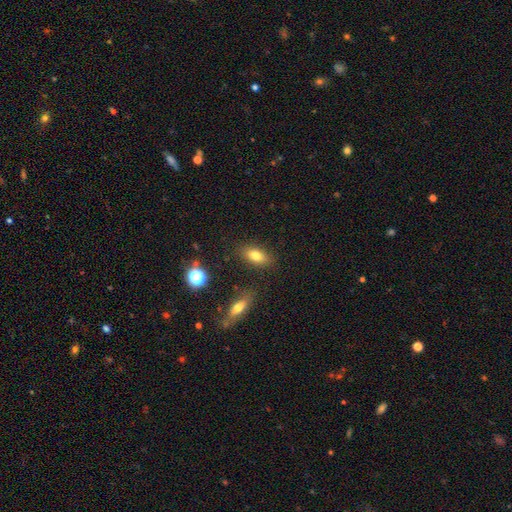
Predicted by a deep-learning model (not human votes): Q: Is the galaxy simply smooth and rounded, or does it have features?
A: smooth — 77%.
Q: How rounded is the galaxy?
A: in between — 82%.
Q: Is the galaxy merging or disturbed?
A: none — 84%.